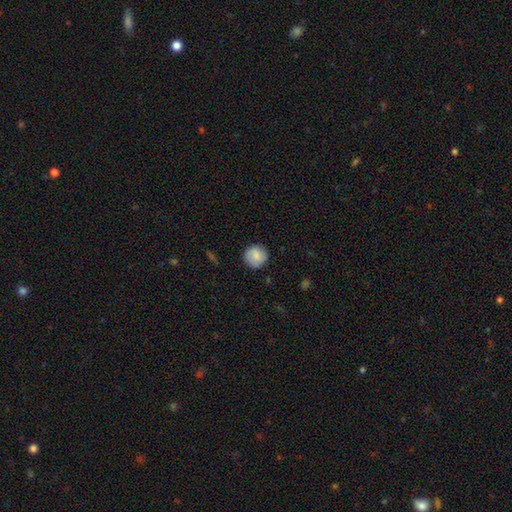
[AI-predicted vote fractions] A smooth galaxy with no disk features (79%) that is round (93%).

Vote fractions:
- Smooth or featured? smooth: 79% / featured or disk: 14% / star or artifact: 7%
- How rounded? round: 93% / in between: 6% / cigar-shaped: 1%
- Merging? none: 87% / minor disturbance: 10% / major disturbance: 2% / merger: 1%